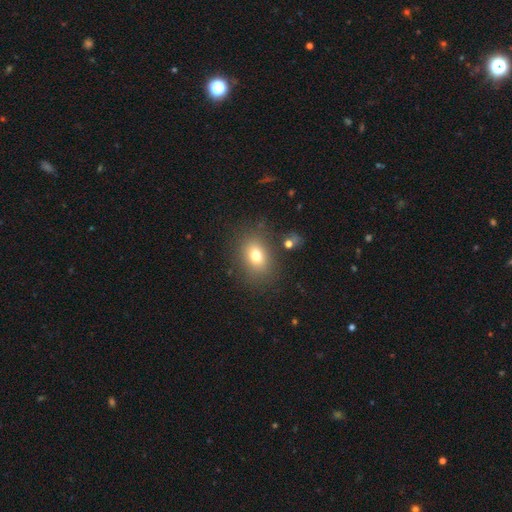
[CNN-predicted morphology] type=smooth (73%); roundness=in between (65%); merging=none (81%).